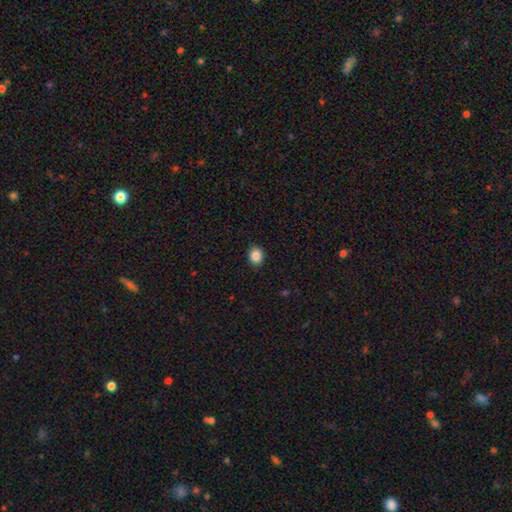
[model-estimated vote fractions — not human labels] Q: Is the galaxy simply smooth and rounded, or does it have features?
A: smooth — 87%.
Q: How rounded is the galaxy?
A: round — 60%.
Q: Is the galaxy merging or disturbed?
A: none — 90%.